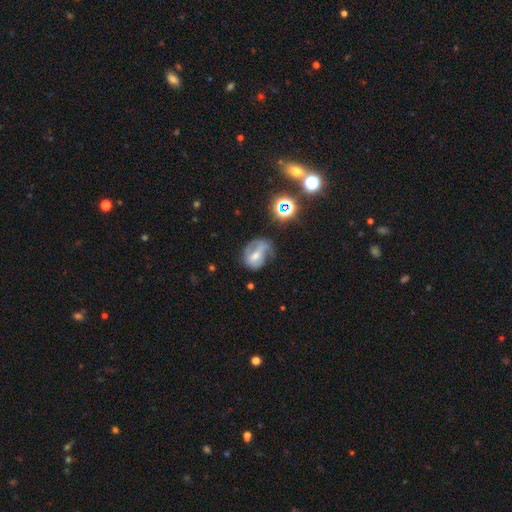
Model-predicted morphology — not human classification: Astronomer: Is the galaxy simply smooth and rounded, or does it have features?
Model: featured or disk — 51% (runner-up: smooth, 36%).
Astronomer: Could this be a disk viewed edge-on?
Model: no — 95%.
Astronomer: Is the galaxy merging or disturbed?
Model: none — 33% (runner-up: minor disturbance, 32%).